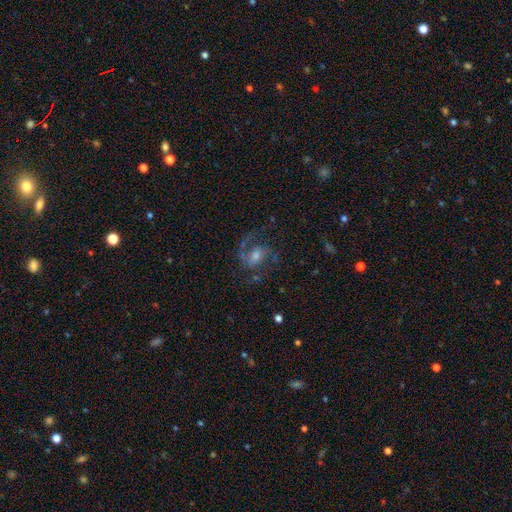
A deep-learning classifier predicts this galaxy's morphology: smooth-or-featured: featured or disk: 83% | star or artifact: 9% | smooth: 8%
  disk-edge-on: no: 98% | yes: 2%
    bar: weak: 49% | no: 35% | strong: 17%
    has-spiral-arms: yes: 96% | no: 4%
      spiral-winding: medium: 57% | loose: 27% | tight: 15%
      spiral-arm-count: 2: 80% | 1: 9% | can't tell: 5% | 3: 4% | 4: 1% | more than 4: 1%
    bulge-size: moderate: 51% | small: 33% | large: 9% | none: 5% | dominant: 1%
  merging: none: 67% | major disturbance: 16% | minor disturbance: 15% | merger: 2%